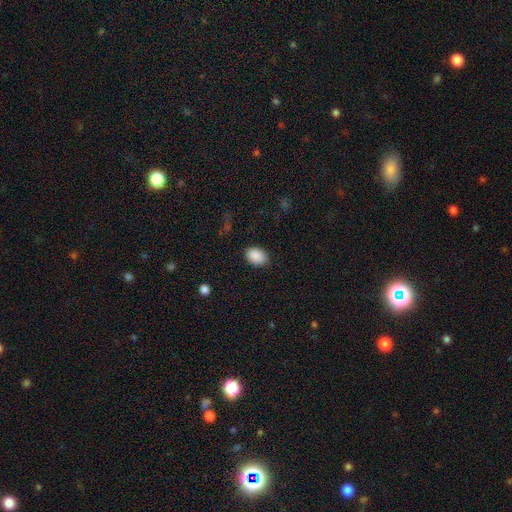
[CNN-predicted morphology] The model was most divided on "how rounded": in between: 77%, round: 22%, cigar-shaped: 1%. More confident: smooth or featured — smooth (89%); merging — none (86%).